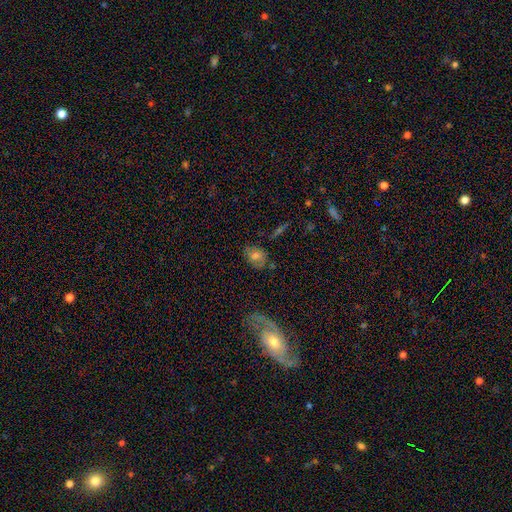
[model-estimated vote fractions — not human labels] smooth 63%, featured or disk 26%, star or artifact 11%. Down the decision tree: how rounded — in between (61%); merging — none (67%).